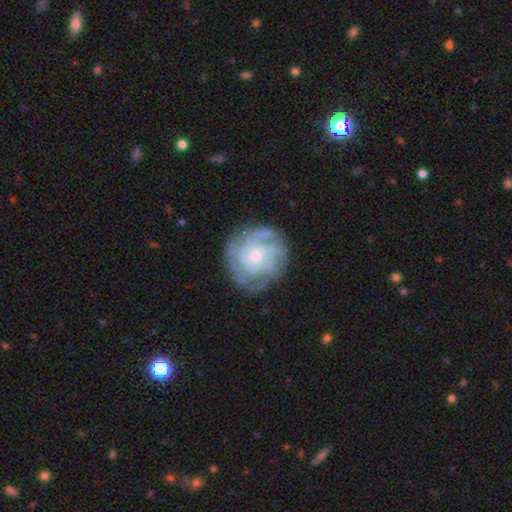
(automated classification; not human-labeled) Q: Smooth or featured?
A: featured or disk (78%); runner-up: smooth (15%)
Q: Edge-on disk?
A: no (97%); runner-up: yes (3%)
Q: Bar?
A: no (72%); runner-up: weak (24%)
Q: Spiral arms?
A: yes (92%); runner-up: no (8%)
Q: Spiral winding?
A: tight (60%); runner-up: medium (31%)
Q: Spiral arm count?
A: can't tell (33%); runner-up: 4 (26%)
Q: Bulge size?
A: small (52%); runner-up: moderate (41%)
Q: Merging?
A: none (76%); runner-up: minor disturbance (16%)